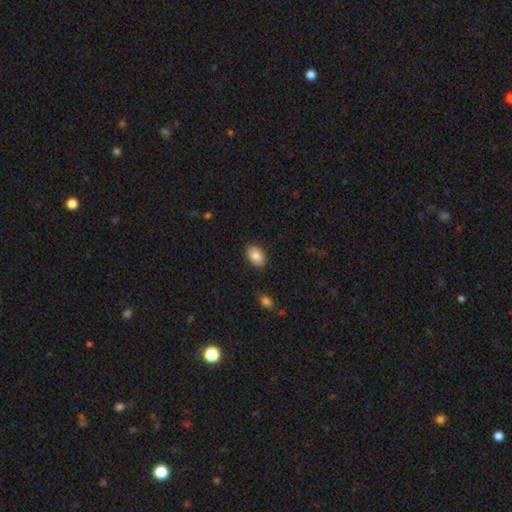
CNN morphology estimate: This is clearly a smooth galaxy (86%). How rounded: clearly in between (84%). Merging: clearly none (87%).